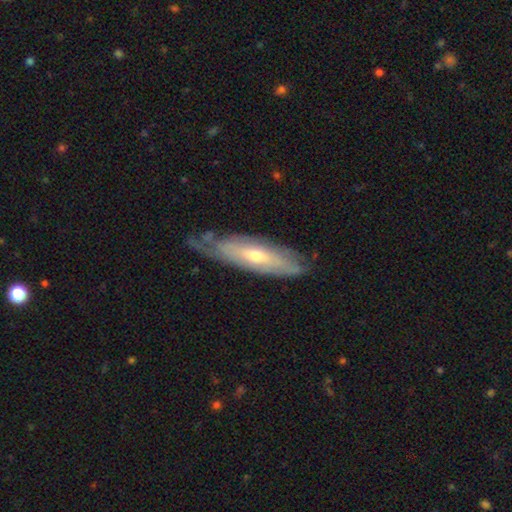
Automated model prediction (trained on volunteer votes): A featured or disk galaxy (68%).

Vote fractions:
- Smooth or featured? featured or disk: 68% / smooth: 25% / star or artifact: 6%
- Edge-on disk? no: 64% / yes: 36%
- Merging? none: 61% / minor disturbance: 28% / major disturbance: 9% / merger: 2%